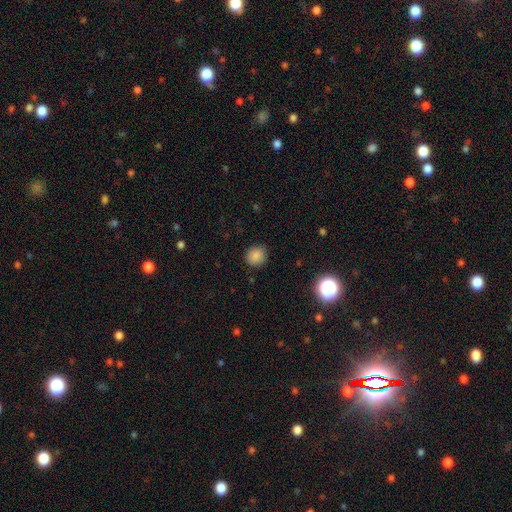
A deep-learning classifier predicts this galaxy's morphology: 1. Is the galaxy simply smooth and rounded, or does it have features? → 85% smooth, 11% star or artifact, 4% featured or disk.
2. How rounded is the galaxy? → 87% round, 12% in between, 1% cigar-shaped.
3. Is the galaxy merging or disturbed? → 88% none, 8% minor disturbance, 2% major disturbance, 1% merger.